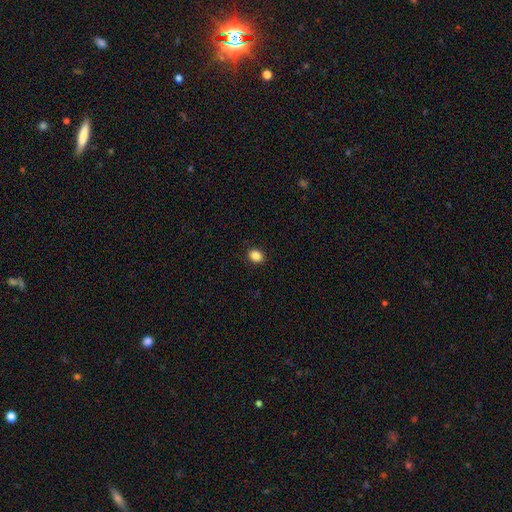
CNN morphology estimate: Smooth or featured?
  - smooth: 86% *
  - star or artifact: 10%
  - featured or disk: 4%
How rounded?
  - round: 52% *
  - in between: 47%
  - cigar-shaped: 1%
Merging?
  - none: 91% *
  - minor disturbance: 7%
  - major disturbance: 2%
  - merger: 1%